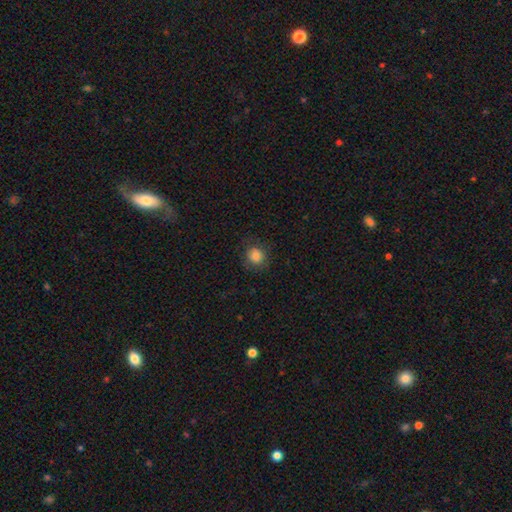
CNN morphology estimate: Q: Smooth or featured?
A: smooth (83%); runner-up: star or artifact (11%)
Q: How rounded?
A: round (87%); runner-up: in between (12%)
Q: Merging?
A: none (83%); runner-up: minor disturbance (11%)